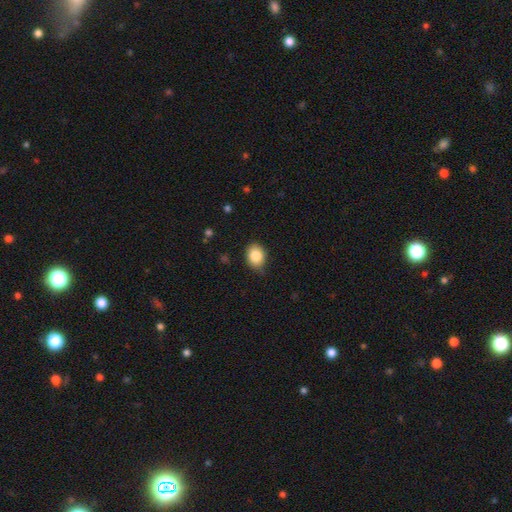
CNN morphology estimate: Q: Smooth or featured?
A: smooth (84%); runner-up: star or artifact (9%)
Q: How rounded?
A: in between (56%); runner-up: round (43%)
Q: Merging?
A: none (76%); runner-up: minor disturbance (20%)